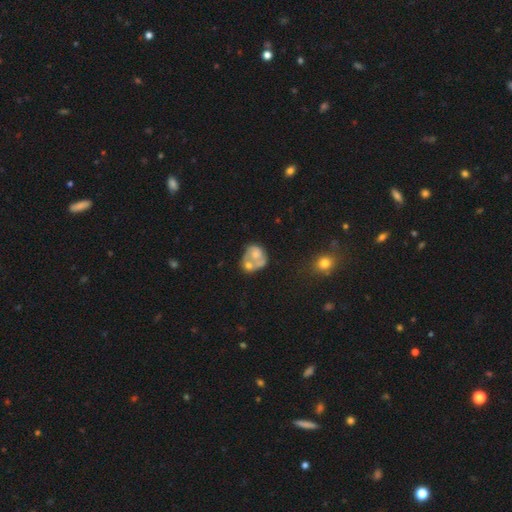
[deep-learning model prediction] The model was most divided on "smooth or featured": featured or disk: 47%, smooth: 44%, star or artifact: 9%. Remaining: merging — merger (47%).